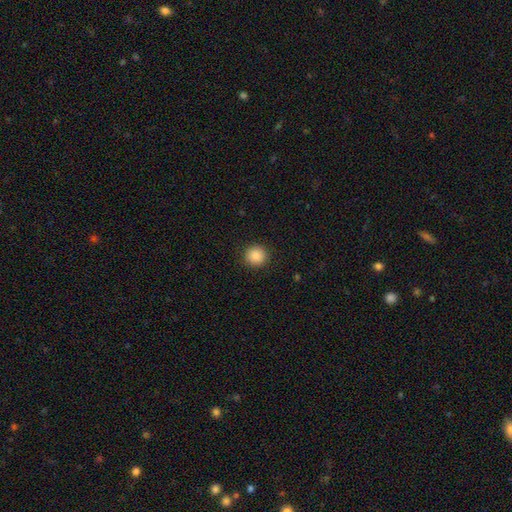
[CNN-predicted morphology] A smooth galaxy with no disk features (88%) that is round (93%). Merging: none (91%).